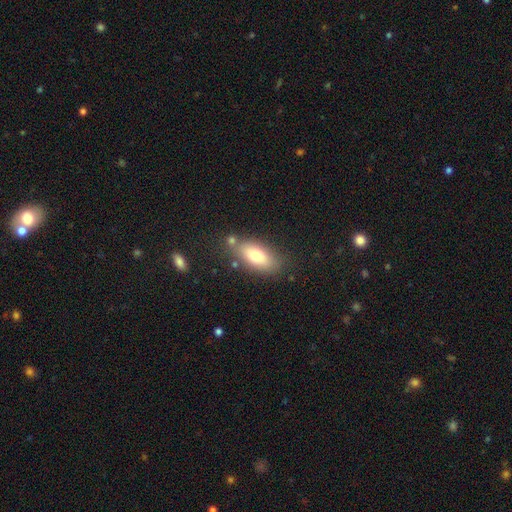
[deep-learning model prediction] smooth-or-featured: smooth: 73% | featured or disk: 19% | star or artifact: 8%
  how-rounded: in between: 84% | cigar-shaped: 12% | round: 4%
  merging: none: 70% | minor disturbance: 15% | merger: 10% | major disturbance: 5%